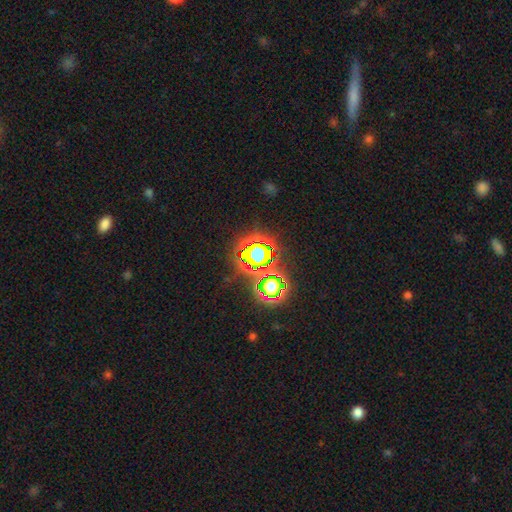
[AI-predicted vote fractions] Smooth or featured? star or artifact (71%)